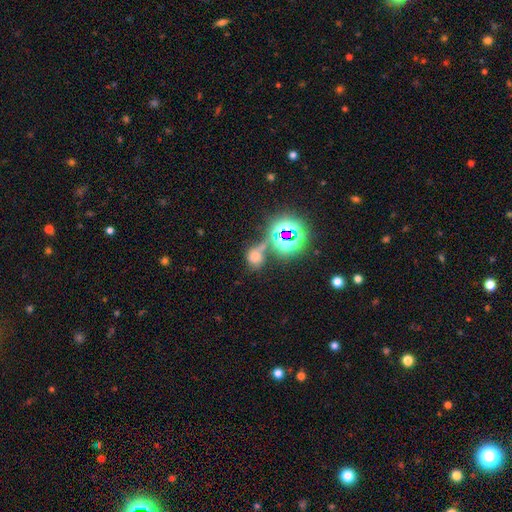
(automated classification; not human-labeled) Smooth or featured?
  - smooth: 49% *
  - star or artifact: 37%
  - featured or disk: 14%
Merging?
  - none: 38% *
  - merger: 32%
  - minor disturbance: 15%
  - major disturbance: 14%